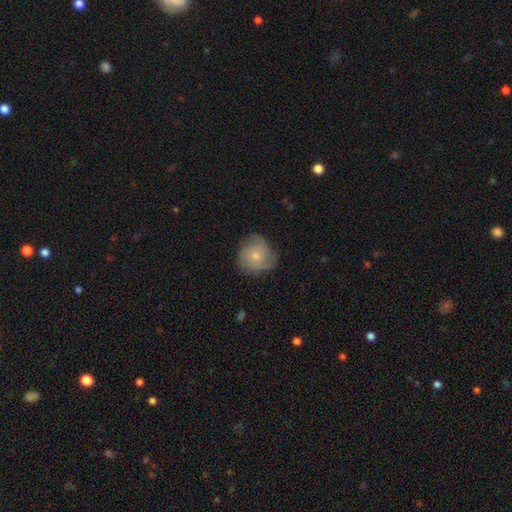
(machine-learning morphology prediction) smooth_or_featured: smooth (p=0.49) [alt: featured or disk p=0.43]
merging: none (p=0.69) [alt: minor disturbance p=0.23]